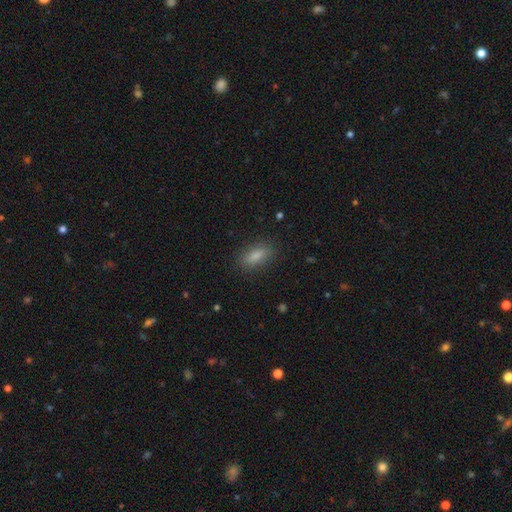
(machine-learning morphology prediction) The model was most divided on "how rounded": in between: 78%, cigar-shaped: 17%, round: 5%. More confident: merging — none (87%); smooth or featured — smooth (82%).